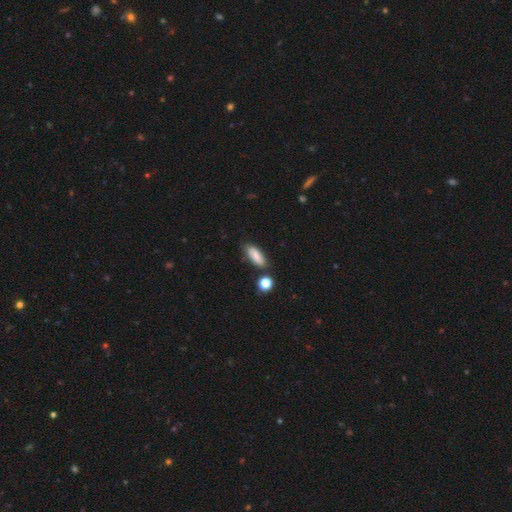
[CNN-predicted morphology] A smooth galaxy with no disk features (83%) that is in between round and cigar-shaped (66%).

Vote fractions:
- Smooth or featured? smooth: 83% / featured or disk: 10% / star or artifact: 8%
- How rounded? in between: 66% / cigar-shaped: 31% / round: 3%
- Merging? none: 75% / minor disturbance: 16% / merger: 6% / major disturbance: 4%